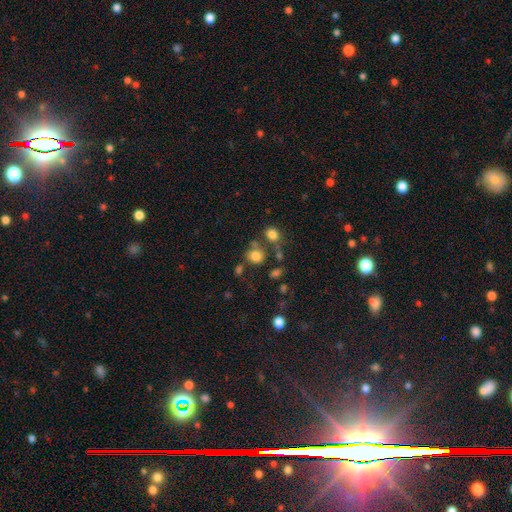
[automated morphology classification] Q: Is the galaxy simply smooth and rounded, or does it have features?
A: smooth — 78%.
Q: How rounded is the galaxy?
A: round — 75%.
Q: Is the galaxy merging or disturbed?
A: none — 64%.